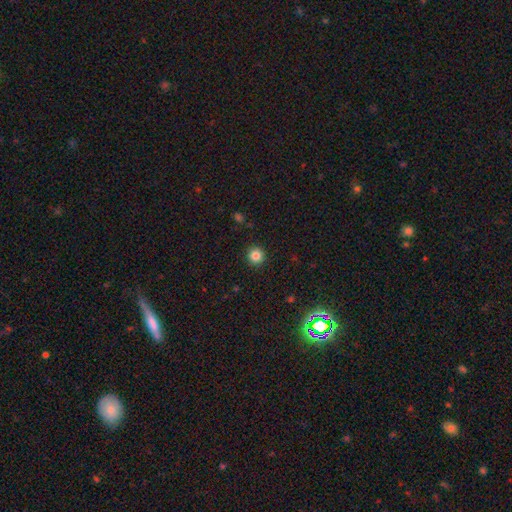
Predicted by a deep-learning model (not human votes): Overall: smooth (83%). How rounded: round (95%). Merging: none (92%).